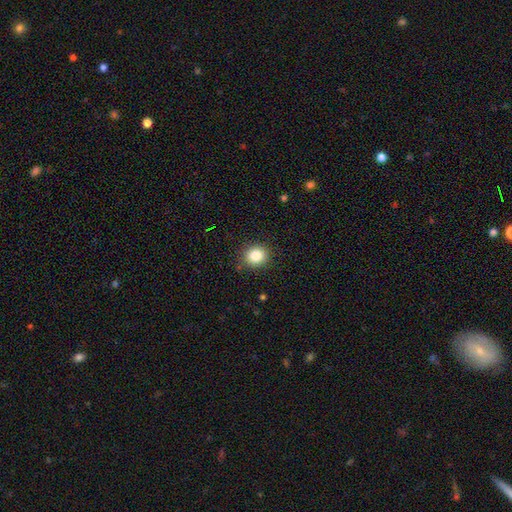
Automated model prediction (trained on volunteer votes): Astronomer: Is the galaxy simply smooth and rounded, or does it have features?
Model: smooth — 84%.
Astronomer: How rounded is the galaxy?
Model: round — 80%.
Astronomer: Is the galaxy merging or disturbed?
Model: none — 87%.